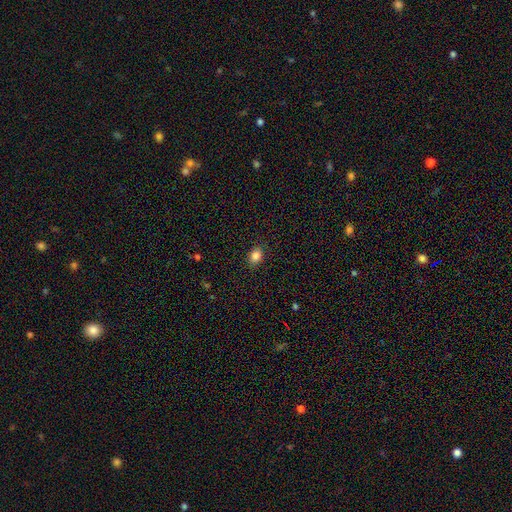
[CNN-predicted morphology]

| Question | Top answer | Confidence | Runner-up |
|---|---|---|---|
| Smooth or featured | smooth | 85% | star or artifact (10%) |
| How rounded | in between | 62% | round (37%) |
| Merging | none | 88% | minor disturbance (9%) |